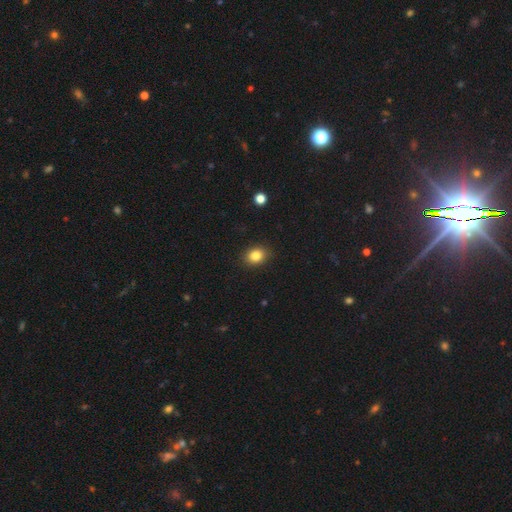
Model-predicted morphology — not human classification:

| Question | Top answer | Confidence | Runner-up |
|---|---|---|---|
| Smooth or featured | smooth | 84% | star or artifact (11%) |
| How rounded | round | 58% | in between (41%) |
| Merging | none | 89% | minor disturbance (8%) |